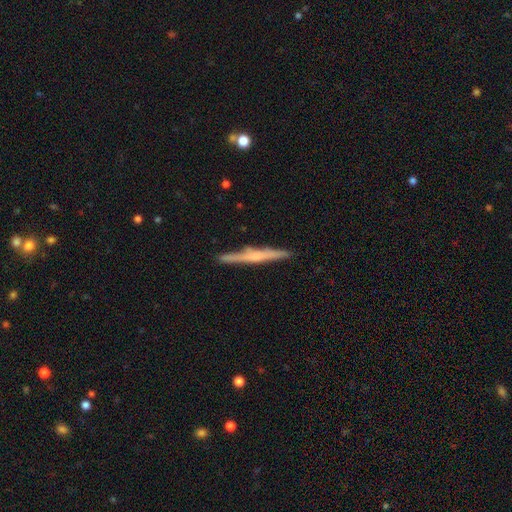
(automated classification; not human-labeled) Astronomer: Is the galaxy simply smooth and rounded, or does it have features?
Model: featured or disk — 62%.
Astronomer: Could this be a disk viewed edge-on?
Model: yes — 97%.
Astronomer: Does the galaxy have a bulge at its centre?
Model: rounded — 49% (runner-up: none, 35%).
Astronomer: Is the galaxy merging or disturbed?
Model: none — 89%.